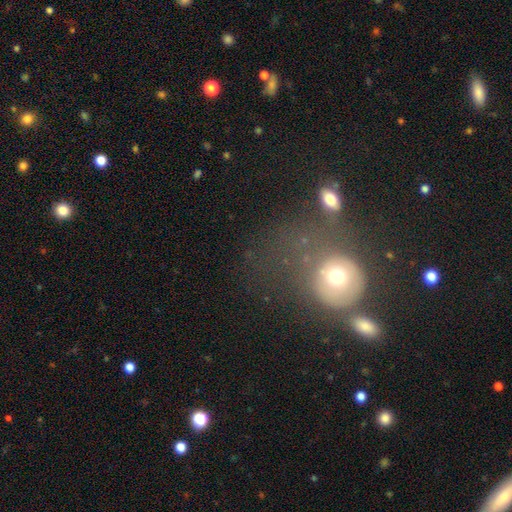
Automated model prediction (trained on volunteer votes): Smooth or featured? smooth (53%)
How rounded? round (78%)
Merging? none (36%)